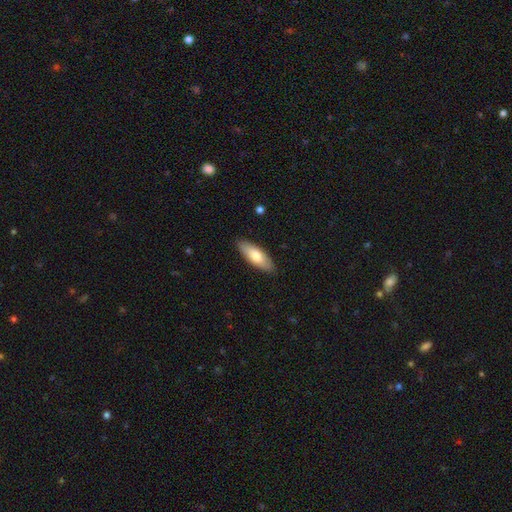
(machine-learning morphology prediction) type=smooth (75%); roundness=in between (67%); merging=none (89%).